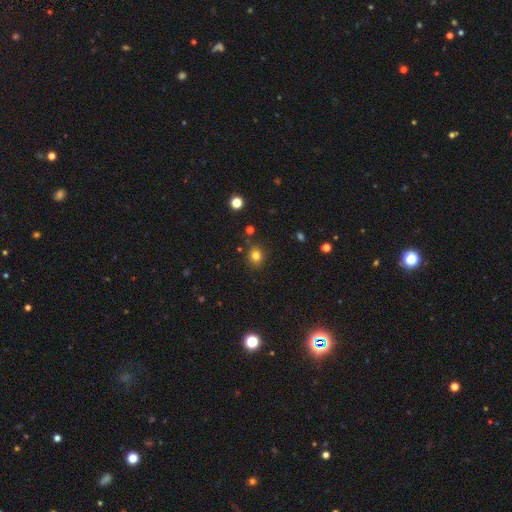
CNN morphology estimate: Smooth or featured?
  - smooth: 80% *
  - star or artifact: 14%
  - featured or disk: 6%
How rounded?
  - round: 77% *
  - in between: 23%
  - cigar-shaped: 1%
Merging?
  - none: 84% *
  - minor disturbance: 10%
  - merger: 4%
  - major disturbance: 3%